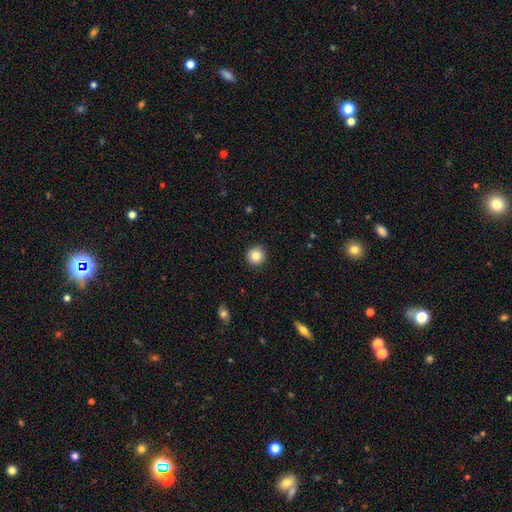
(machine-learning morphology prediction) Smooth or featured: smooth — 85% (star or artifact — 10%)
How rounded: round — 95% (in between — 4%)
Merging: none — 92% (minor disturbance — 6%)